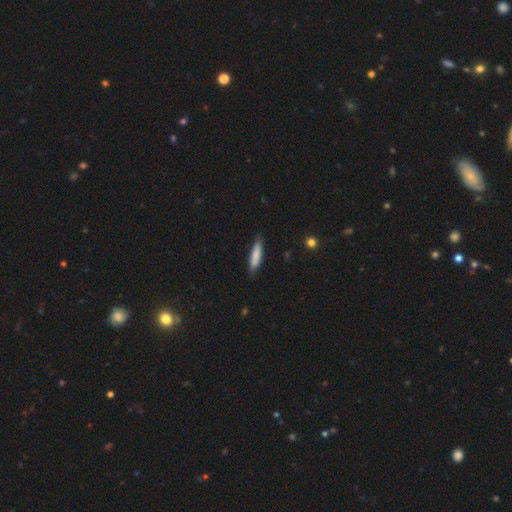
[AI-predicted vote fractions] smooth-or-featured: smooth: 83% | featured or disk: 12% | star or artifact: 6%
  how-rounded: cigar-shaped: 73% | in between: 25% | round: 1%
  merging: none: 81% | minor disturbance: 16% | major disturbance: 2% | merger: 1%